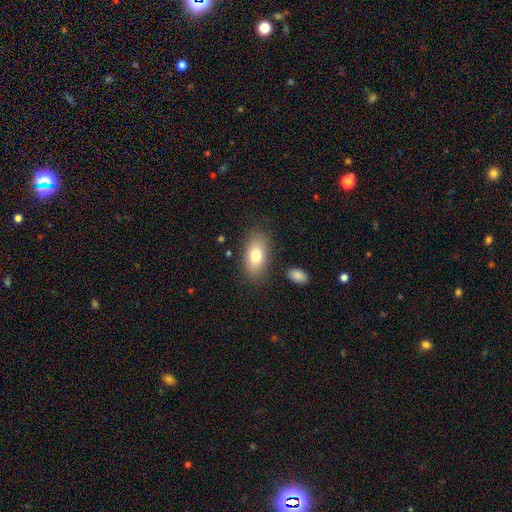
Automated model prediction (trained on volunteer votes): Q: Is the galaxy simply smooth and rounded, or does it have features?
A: smooth — 78%.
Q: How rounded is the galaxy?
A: in between — 91%.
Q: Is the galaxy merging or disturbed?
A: none — 82%.